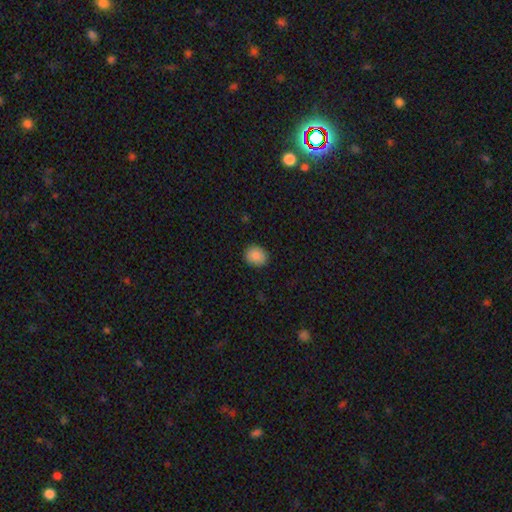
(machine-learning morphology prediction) Smooth or featured? Predicted: smooth (p=0.88). How rounded? Predicted: round (p=0.67). Merging? Predicted: none (p=0.89).